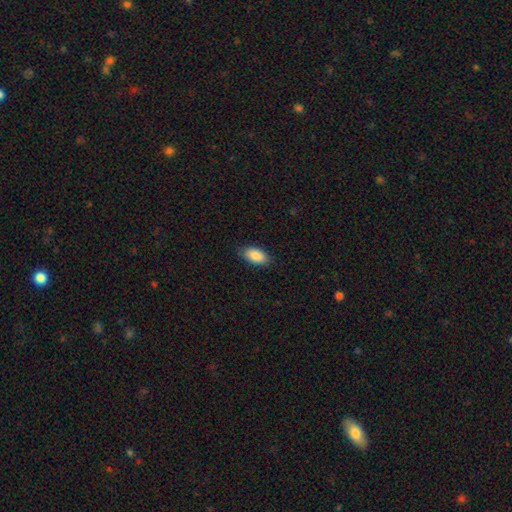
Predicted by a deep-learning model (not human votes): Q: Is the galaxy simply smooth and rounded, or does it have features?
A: smooth — 89%.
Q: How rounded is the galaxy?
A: in between — 94%.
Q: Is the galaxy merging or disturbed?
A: none — 87%.